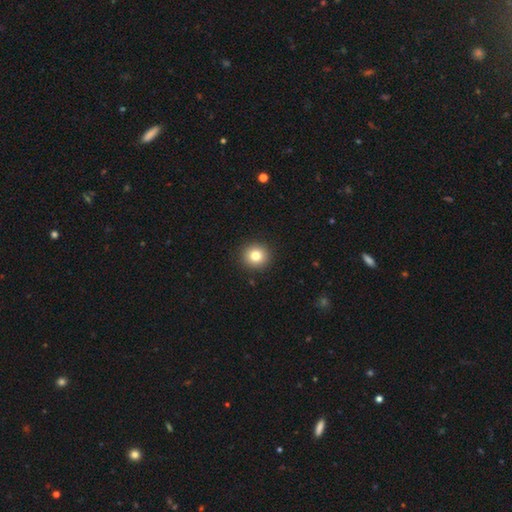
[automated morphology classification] The model was most divided on "smooth or featured": smooth: 80%, star or artifact: 11%, featured or disk: 9%. More confident: merging — none (92%); how rounded — round (92%).